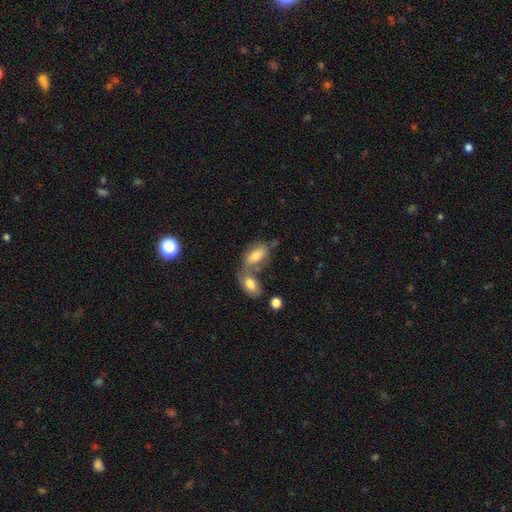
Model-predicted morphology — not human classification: Smooth or featured? smooth (71%)
How rounded? in between (88%)
Merging? merger (51%)